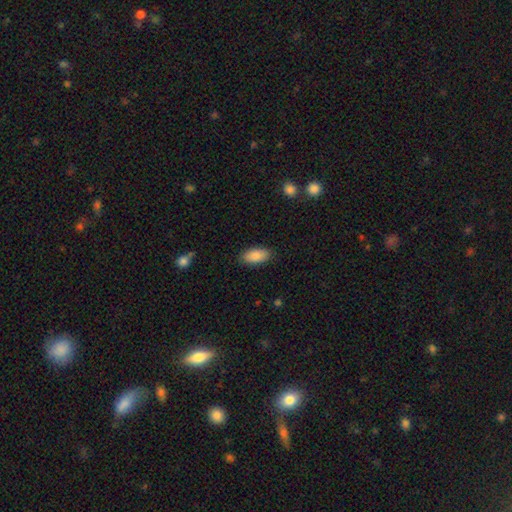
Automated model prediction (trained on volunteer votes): Smooth or featured?
  - smooth: 87% *
  - featured or disk: 7%
  - star or artifact: 6%
How rounded?
  - in between: 93% *
  - cigar-shaped: 5%
  - round: 3%
Merging?
  - none: 87% *
  - minor disturbance: 9%
  - major disturbance: 2%
  - merger: 1%